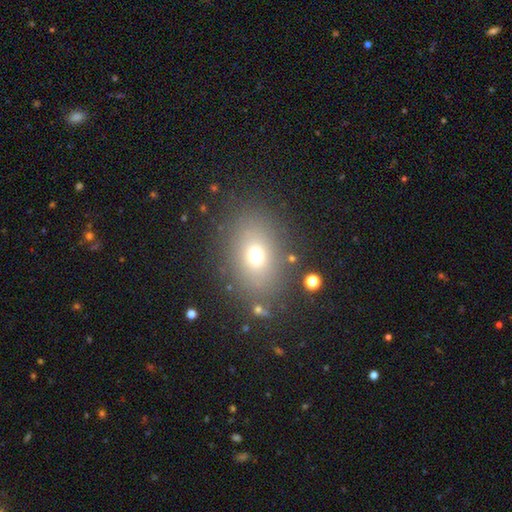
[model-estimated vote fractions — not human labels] The model was most divided on "how rounded": in between: 59%, round: 39%, cigar-shaped: 1%. More confident: merging — none (82%); smooth or featured — smooth (68%).